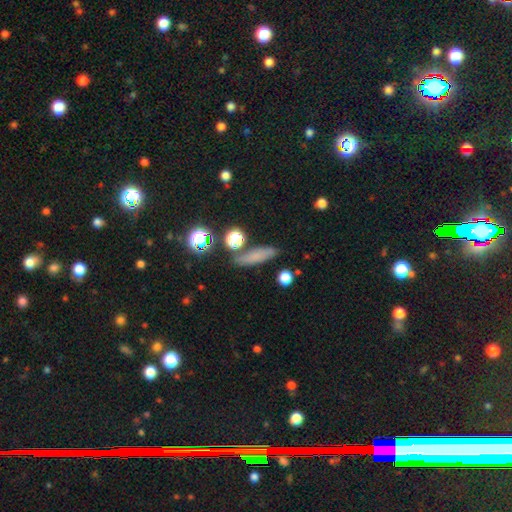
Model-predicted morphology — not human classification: smooth 67%, star or artifact 17%, featured or disk 15%. Down the decision tree: how rounded — cigar-shaped (62%); merging — none (77%).